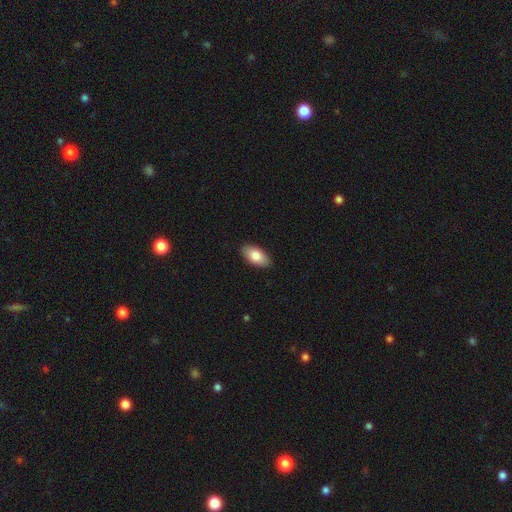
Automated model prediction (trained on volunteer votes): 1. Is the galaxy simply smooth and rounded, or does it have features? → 82% smooth, 12% featured or disk, 6% star or artifact.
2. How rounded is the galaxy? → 94% in between, 4% cigar-shaped, 3% round.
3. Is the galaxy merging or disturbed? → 90% none, 8% minor disturbance, 2% major disturbance, 1% merger.